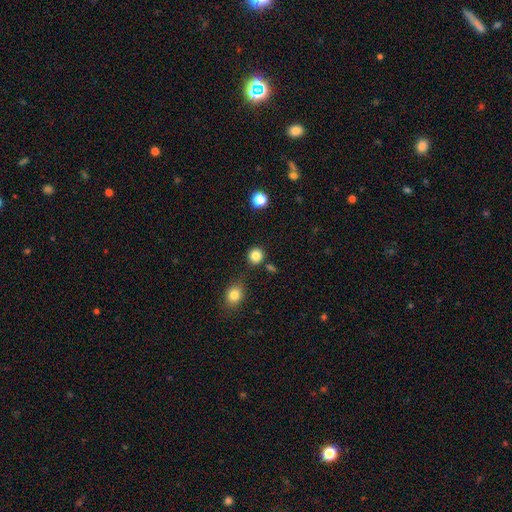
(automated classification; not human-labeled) A smooth galaxy with no disk features (84%) that is round (92%).

Vote fractions:
- Smooth or featured? smooth: 84% / star or artifact: 12% / featured or disk: 4%
- How rounded? round: 92% / in between: 7% / cigar-shaped: 1%
- Merging? none: 85% / minor disturbance: 8% / merger: 5% / major disturbance: 3%